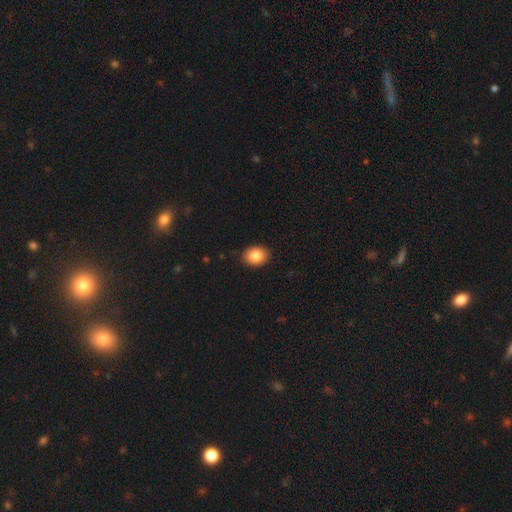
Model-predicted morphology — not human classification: The model was most divided on "how rounded": in between: 61%, round: 38%, cigar-shaped: 1%. More confident: merging — none (90%); smooth or featured — smooth (84%).